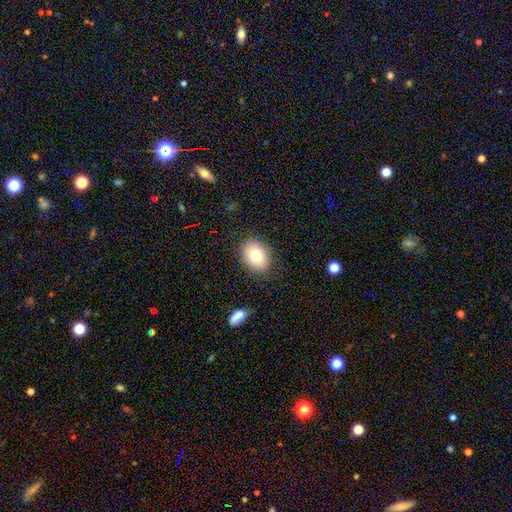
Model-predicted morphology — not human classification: Smooth or featured? Predicted: smooth (p=0.78). How rounded? Predicted: in between (p=0.70). Merging? Predicted: none (p=0.86).